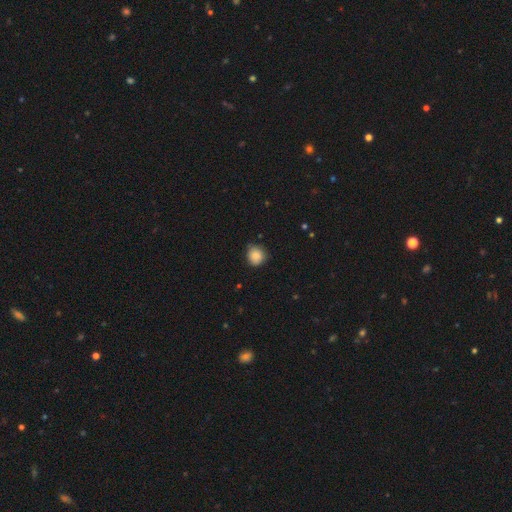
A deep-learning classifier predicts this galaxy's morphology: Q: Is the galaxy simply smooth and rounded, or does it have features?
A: smooth — 87%.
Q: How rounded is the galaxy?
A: round — 83%.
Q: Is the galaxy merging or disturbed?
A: none — 71%.